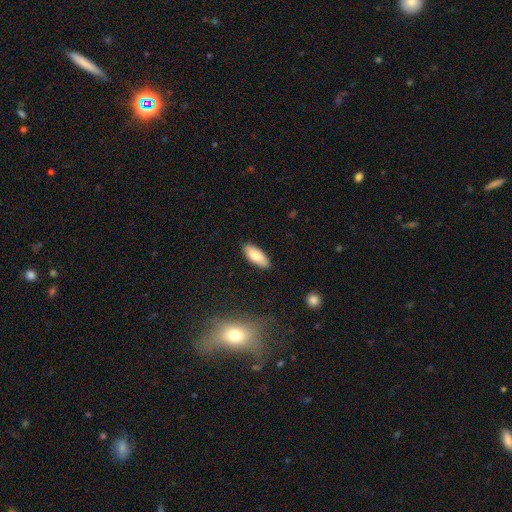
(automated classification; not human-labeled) Overall: smooth (85%). How rounded: in between (81%). Merging: none (87%).